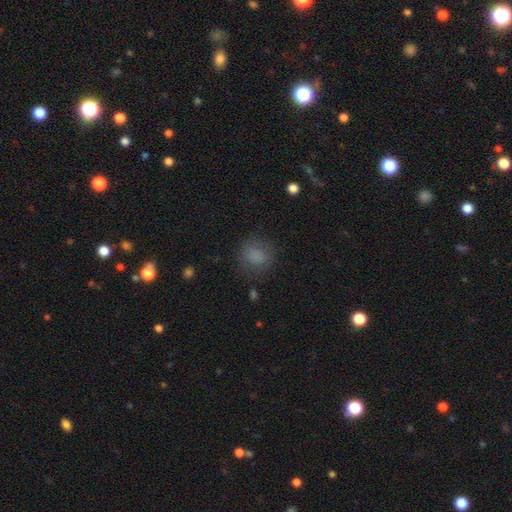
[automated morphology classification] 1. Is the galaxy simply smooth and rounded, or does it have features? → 80% smooth, 12% star or artifact, 8% featured or disk.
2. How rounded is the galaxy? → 69% round, 30% in between, 1% cigar-shaped.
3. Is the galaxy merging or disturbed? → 75% none, 16% minor disturbance, 8% major disturbance, 1% merger.